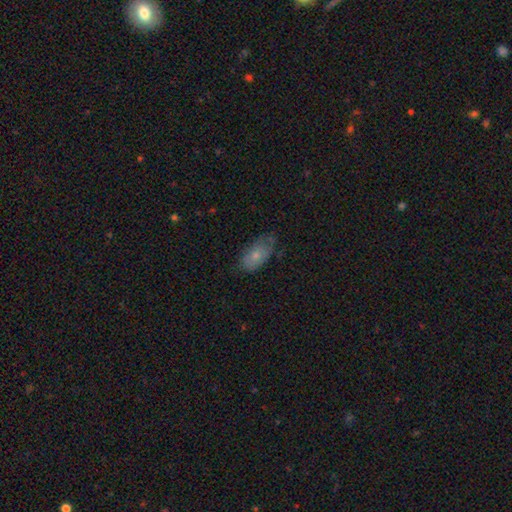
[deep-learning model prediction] Morphology: type=smooth (71%); roundness=in between (92%); merging=none (60%).